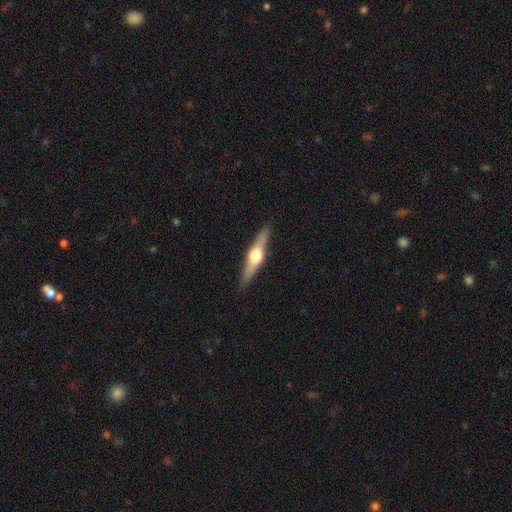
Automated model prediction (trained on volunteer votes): Smooth or featured? featured or disk (68%)
Edge-on disk? yes (96%)
Edge-on bulge? rounded (95%)
Merging? none (89%)